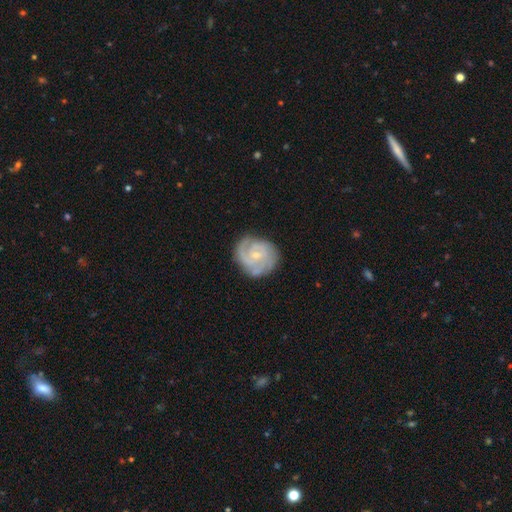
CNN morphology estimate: smooth-or-featured: featured or disk: 81% | smooth: 14% | star or artifact: 5%
  disk-edge-on: no: 98% | yes: 2%
    bar: no: 56% | weak: 38% | strong: 6%
    has-spiral-arms: yes: 95% | no: 5%
      spiral-winding: tight: 58% | medium: 35% | loose: 8%
      spiral-arm-count: 2: 38% | 3: 26% | can't tell: 20% | 1: 6% | 4: 5% | more than 4: 4%
    bulge-size: small: 69% | moderate: 27% | none: 2% | large: 1% | dominant: 1%
  merging: none: 73% | minor disturbance: 19% | major disturbance: 7% | merger: 2%